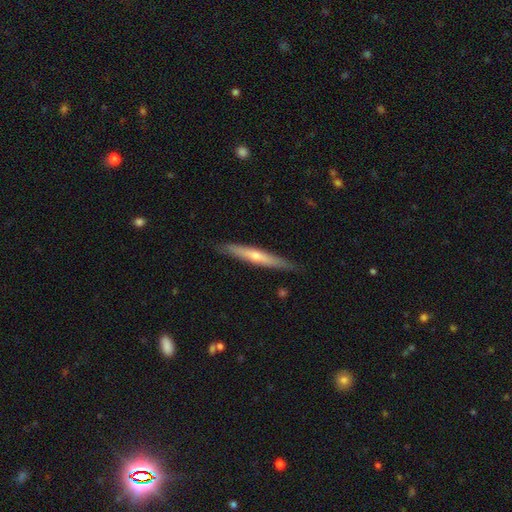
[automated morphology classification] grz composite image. It shows a featured or disk galaxy (62%) viewed edge-on (95%) with a rounded central bulge (74%). Merging: none (88%).